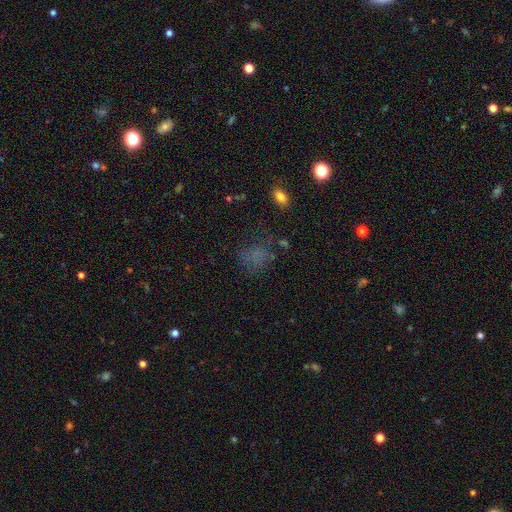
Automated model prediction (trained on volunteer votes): smooth_or_featured: smooth (p=0.62) [alt: star or artifact p=0.25]
how_rounded: round (p=0.50) [alt: in between p=0.48]
merging: none (p=0.57) [alt: minor disturbance p=0.21]